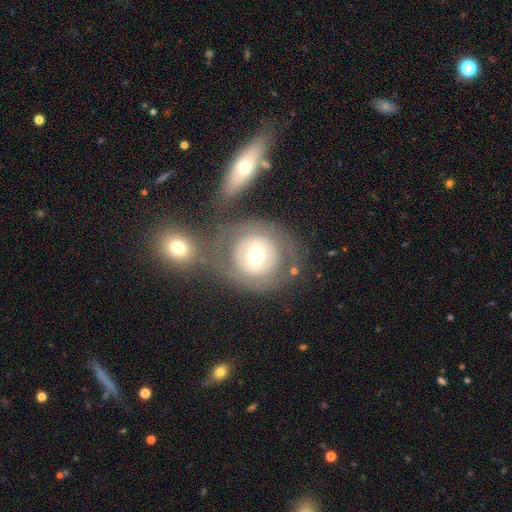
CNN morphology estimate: The model was most divided on "smooth or featured": featured or disk: 50%, smooth: 43%, star or artifact: 7%. More confident: merging — none (63%).